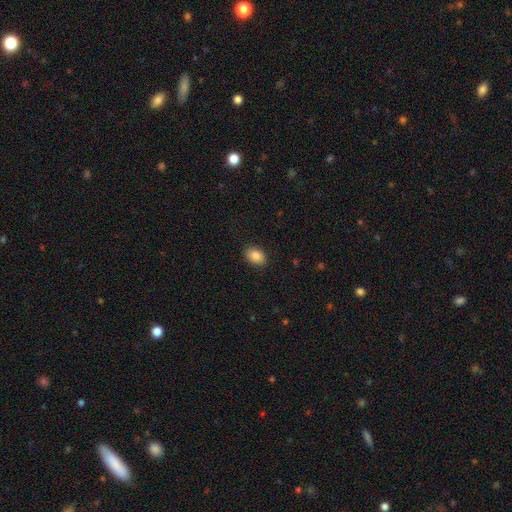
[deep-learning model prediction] Overall: smooth (87%). How rounded: in between (79%). Merging: none (89%).